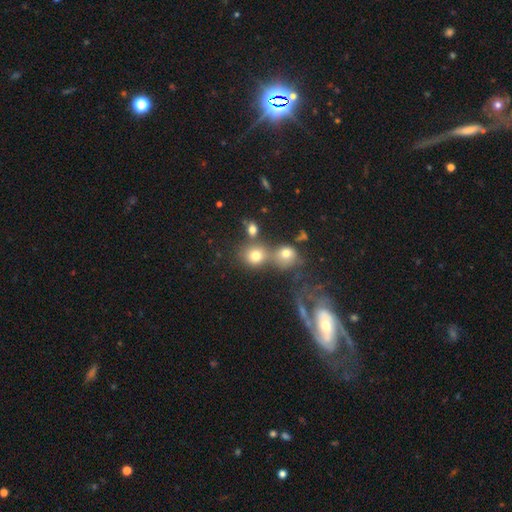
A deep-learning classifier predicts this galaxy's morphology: This is likely a smooth galaxy (74%). How rounded: clearly round (80%). Merging: possibly none (49%).